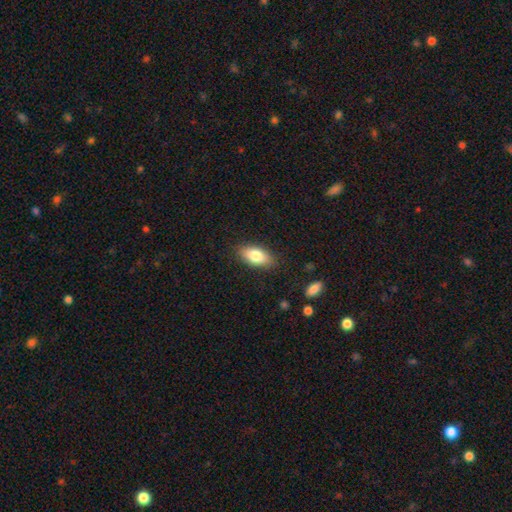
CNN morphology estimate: The model was most divided on "smooth or featured": smooth: 79%, featured or disk: 14%, star or artifact: 7%. More confident: how rounded — in between (88%); merging — none (85%).